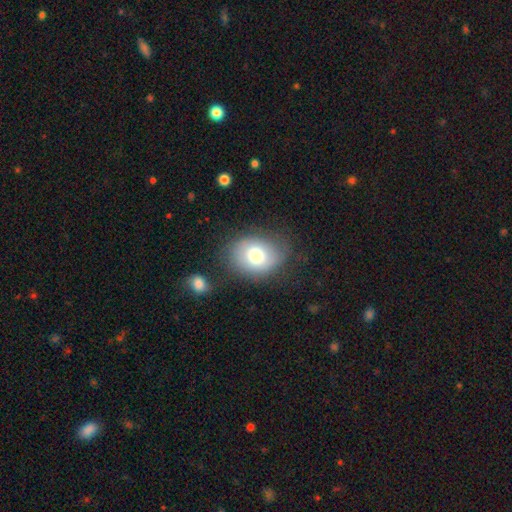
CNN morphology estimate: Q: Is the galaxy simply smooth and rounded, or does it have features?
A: smooth — 75%.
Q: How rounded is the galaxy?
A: in between — 58%.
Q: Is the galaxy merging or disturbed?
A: none — 67%.